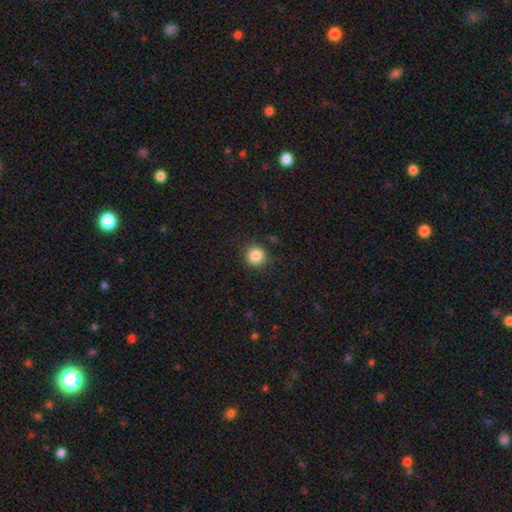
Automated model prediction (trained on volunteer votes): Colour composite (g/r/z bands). It shows a smooth galaxy with no disk features (86%) that is round (93%). Merging: none (89%).